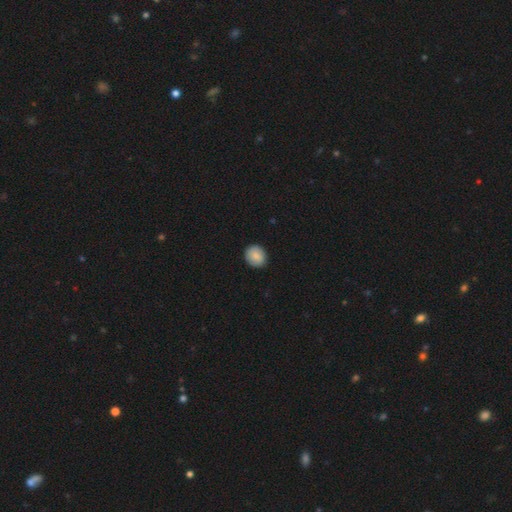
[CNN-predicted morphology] This appears to be a smooth galaxy with no disk features (85%) that is round (77%). Merging: none (89%).